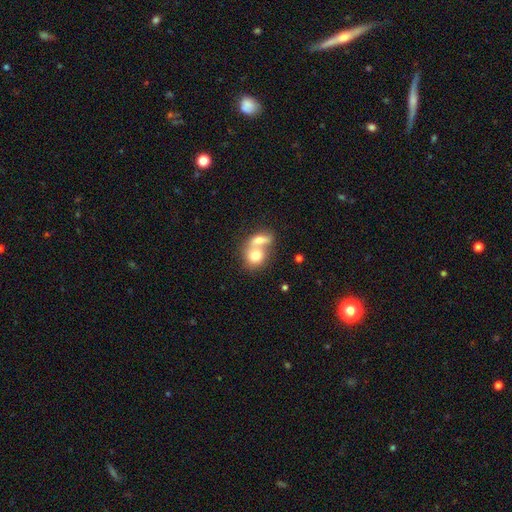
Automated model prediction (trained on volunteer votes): Smooth or featured? Predicted: smooth (p=0.73). How rounded? Predicted: round (p=0.60). Merging? Predicted: merger (p=0.73).